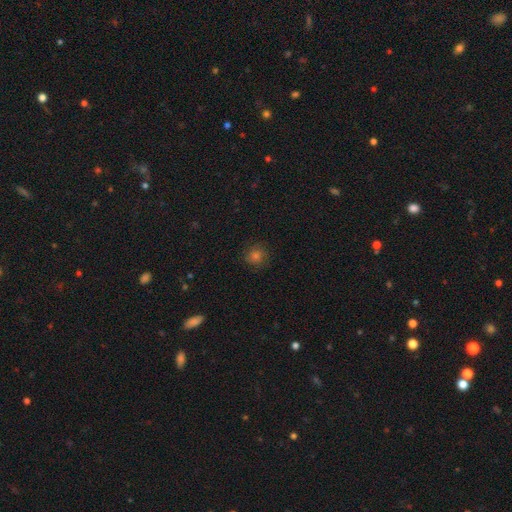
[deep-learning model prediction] Overall: smooth (65%). How rounded: round (90%). Merging: none (86%).